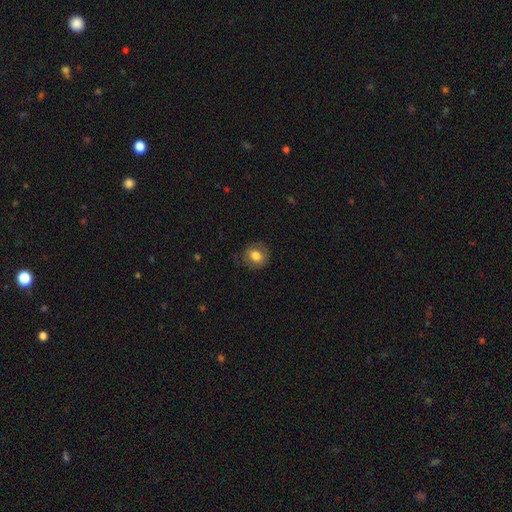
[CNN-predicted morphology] A smooth galaxy with no disk features (75%) that is round (67%).

Vote fractions:
- Smooth or featured? smooth: 75% / featured or disk: 16% / star or artifact: 9%
- How rounded? round: 67% / in between: 32% / cigar-shaped: 1%
- Merging? none: 77% / minor disturbance: 16% / major disturbance: 6% / merger: 1%